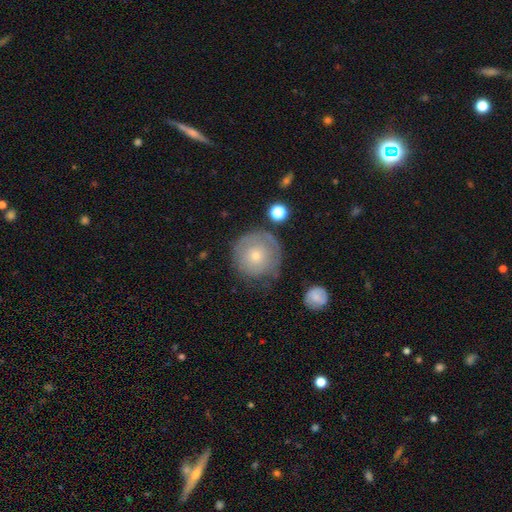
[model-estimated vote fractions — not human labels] smooth-or-featured: smooth: 51% | featured or disk: 40% | star or artifact: 9%
  how-rounded: round: 93% | in between: 6% | cigar-shaped: 1%
  merging: none: 68% | minor disturbance: 20% | major disturbance: 8% | merger: 3%